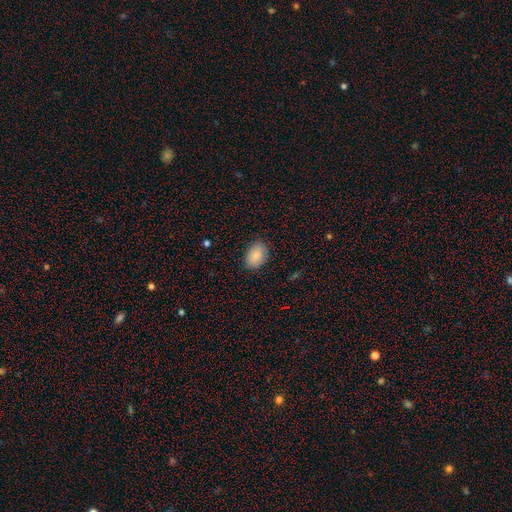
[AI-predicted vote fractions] Overall: smooth (87%). How rounded: in between (85%). Merging: none (85%).